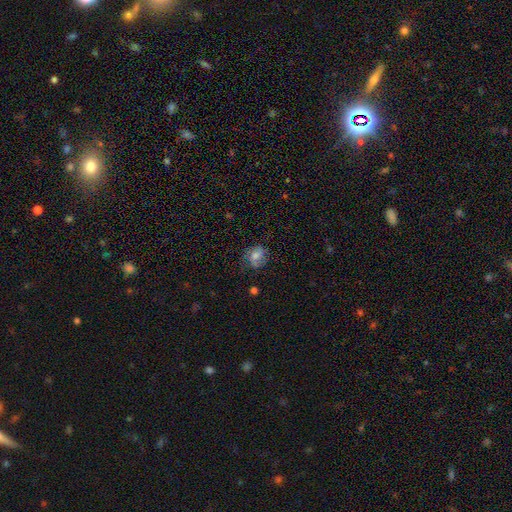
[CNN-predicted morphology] Smooth or featured? smooth (44%)
Merging? none (68%)